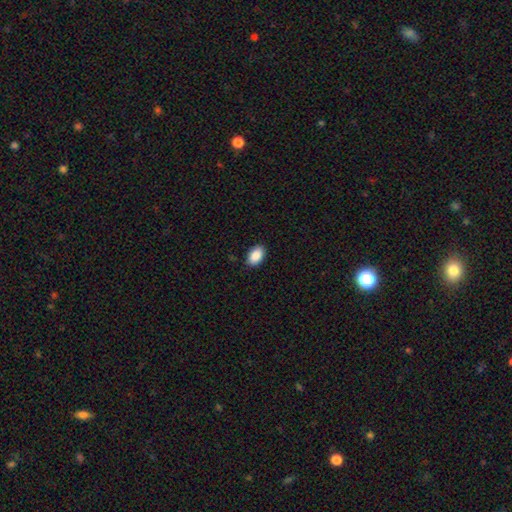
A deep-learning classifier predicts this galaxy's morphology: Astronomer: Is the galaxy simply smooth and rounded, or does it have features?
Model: smooth — 89%.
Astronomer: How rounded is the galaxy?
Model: in between — 91%.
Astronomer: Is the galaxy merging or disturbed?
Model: none — 88%.